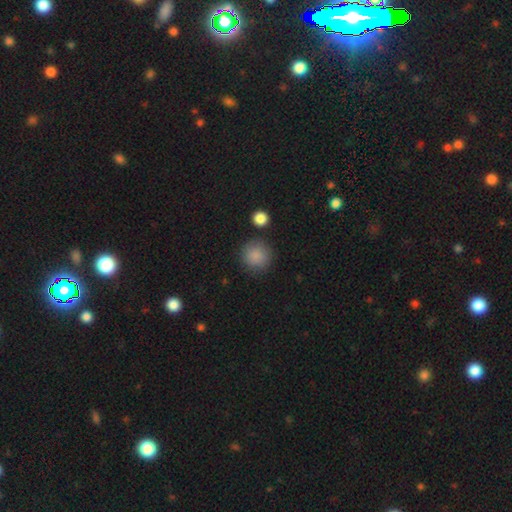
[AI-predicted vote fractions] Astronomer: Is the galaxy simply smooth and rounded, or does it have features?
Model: smooth — 87%.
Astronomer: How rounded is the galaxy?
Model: round — 94%.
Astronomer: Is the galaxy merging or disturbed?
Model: none — 86%.